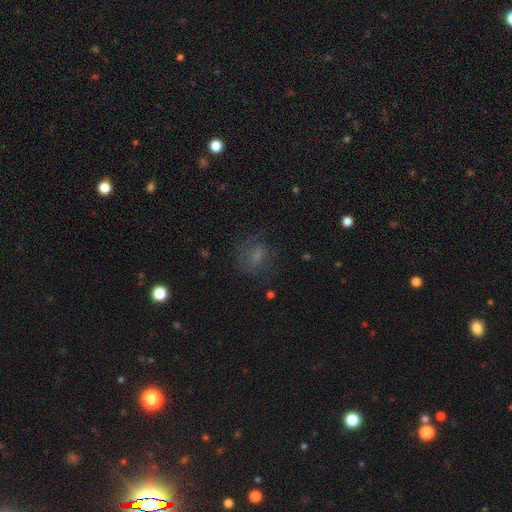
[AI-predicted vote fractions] smooth-or-featured: smooth: 53% | featured or disk: 29% | star or artifact: 18%
  how-rounded: in between: 54% | round: 43% | cigar-shaped: 3%
  merging: none: 54% | major disturbance: 23% | minor disturbance: 20% | merger: 2%